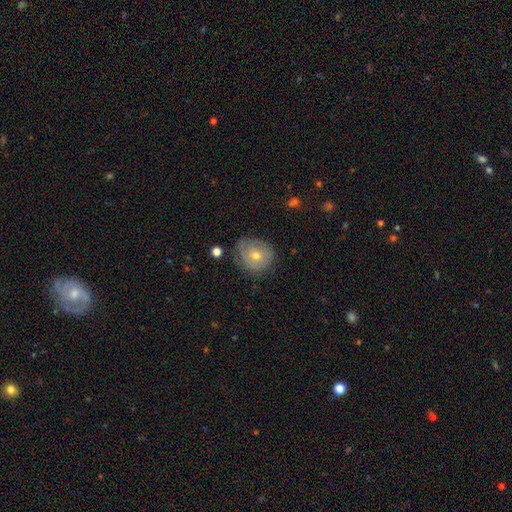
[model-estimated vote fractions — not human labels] A smooth galaxy with no disk features (51%) that is round (82%).

Vote fractions:
- Smooth or featured? smooth: 51% / featured or disk: 39% / star or artifact: 10%
- How rounded? round: 82% / in between: 17% / cigar-shaped: 1%
- Merging? none: 69% / minor disturbance: 23% / major disturbance: 6% / merger: 2%